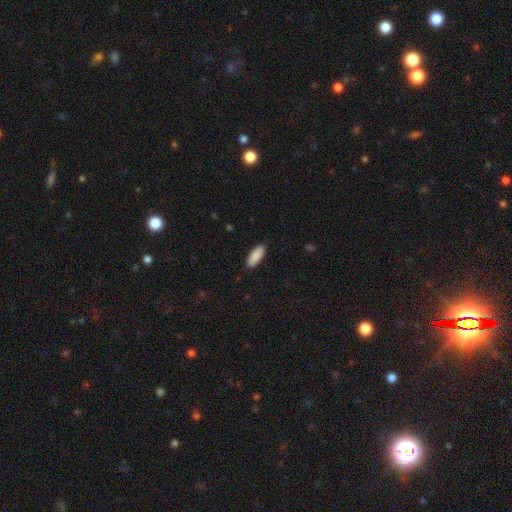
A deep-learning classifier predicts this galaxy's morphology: A smooth galaxy with no disk features (90%) that is in between round and cigar-shaped (72%). Merging: none (89%).